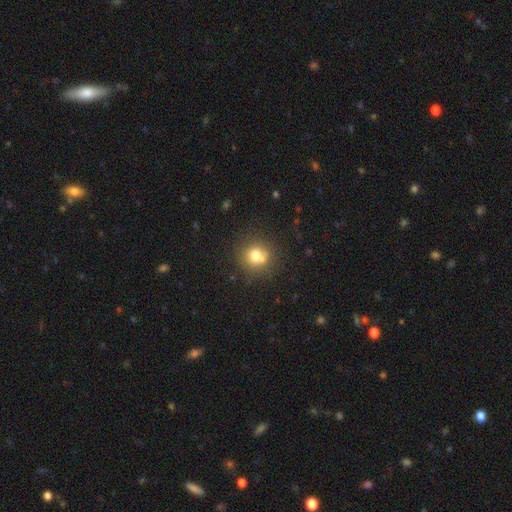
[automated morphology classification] Smooth or featured: smooth — 72% (featured or disk — 15%)
How rounded: round — 87% (in between — 12%)
Merging: none — 64% (merger — 19%)